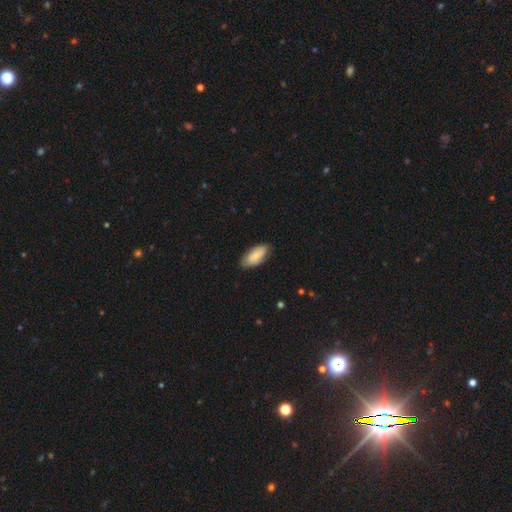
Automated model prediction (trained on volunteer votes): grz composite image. It shows a smooth galaxy with no disk features (73%) that is in between round and cigar-shaped (90%). Merging: none (77%).